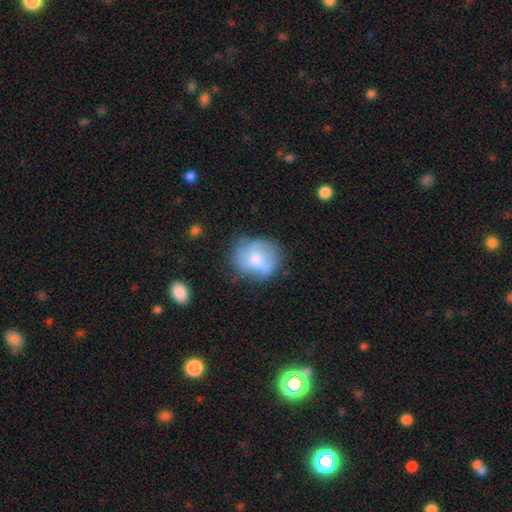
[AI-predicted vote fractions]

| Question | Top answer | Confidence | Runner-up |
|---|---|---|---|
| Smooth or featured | smooth | 57% | featured or disk (34%) |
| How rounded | round | 69% | in between (30%) |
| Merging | none | 52% | minor disturbance (29%) |